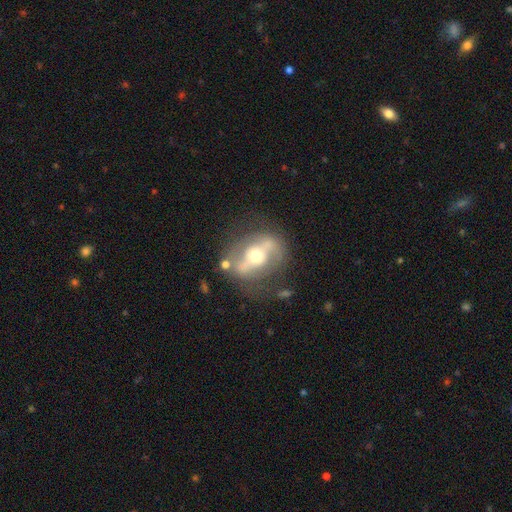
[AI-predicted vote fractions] Morphology: type=featured or disk (70%); edge-on=no (88%); bar=strong (51%); spiral arms=no (59%); bulge=moderate (68%); merging=none (64%).